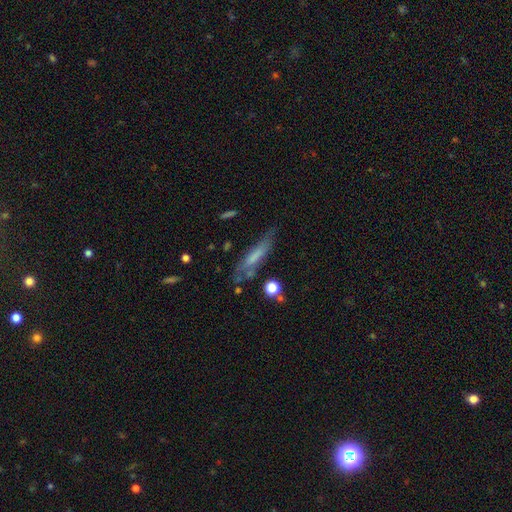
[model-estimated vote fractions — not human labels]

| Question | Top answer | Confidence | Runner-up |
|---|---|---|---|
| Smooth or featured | smooth | 49% | featured or disk (41%) |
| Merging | none | 63% | minor disturbance (22%) |